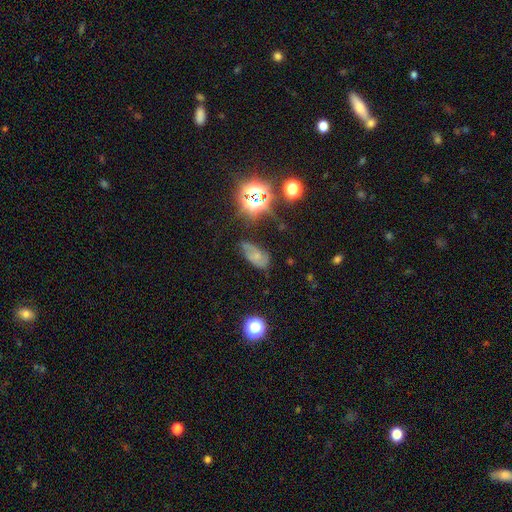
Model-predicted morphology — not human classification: Q: Smooth or featured?
A: smooth (39%); tied with: featured or disk (39%)
Q: Merging?
A: none (52%); runner-up: minor disturbance (31%)